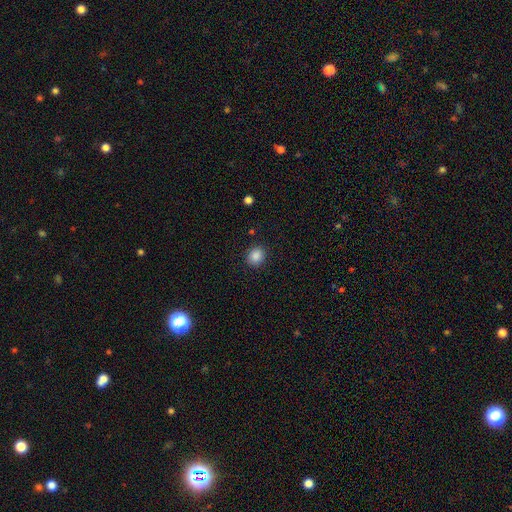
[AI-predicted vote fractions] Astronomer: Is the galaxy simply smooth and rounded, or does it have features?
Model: smooth — 87%.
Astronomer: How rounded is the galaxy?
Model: round — 69%.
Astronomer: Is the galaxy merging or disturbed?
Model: none — 89%.